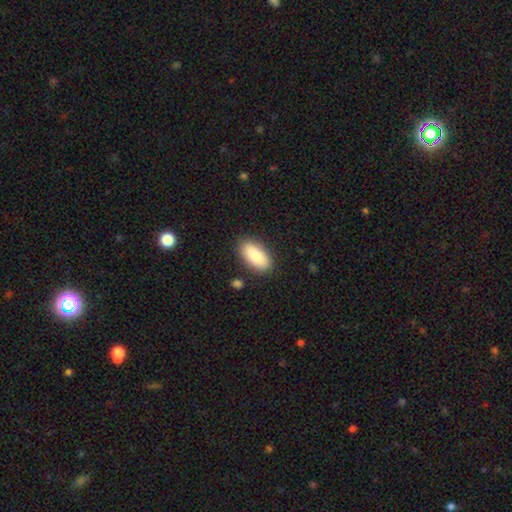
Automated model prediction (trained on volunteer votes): Overall: smooth (83%). How rounded: in between (89%). Merging: none (85%).